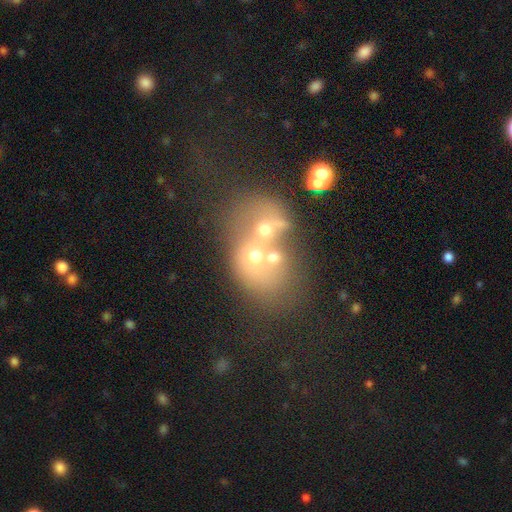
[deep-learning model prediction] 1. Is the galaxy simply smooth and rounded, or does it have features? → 40% featured or disk (tied), 40% smooth (tied), 20% star or artifact.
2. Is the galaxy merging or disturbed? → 68% merger, 18% none, 8% major disturbance, 7% minor disturbance.